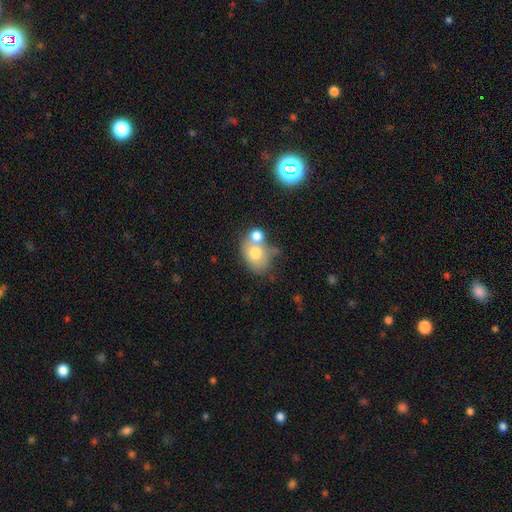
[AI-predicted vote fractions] Overall: smooth (70%). How rounded: in between (59%; round 39%). Merging: merger (49%; none 32%).